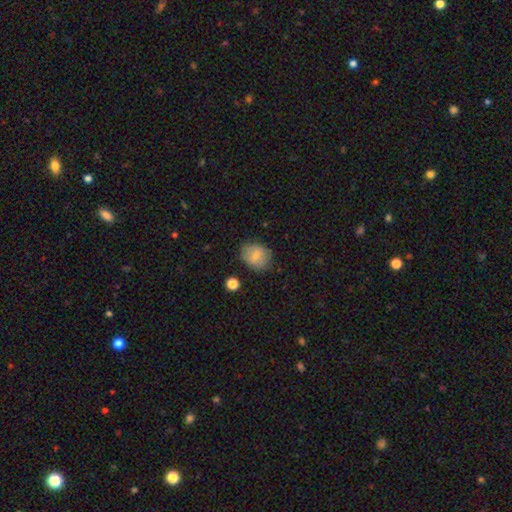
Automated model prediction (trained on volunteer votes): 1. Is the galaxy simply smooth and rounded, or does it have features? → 72% smooth, 19% featured or disk, 9% star or artifact.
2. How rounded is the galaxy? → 54% round, 45% in between, 1% cigar-shaped.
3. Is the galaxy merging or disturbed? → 75% none, 18% minor disturbance, 5% major disturbance, 2% merger.